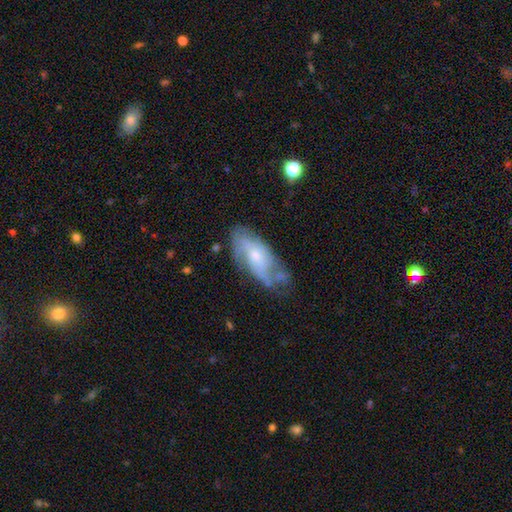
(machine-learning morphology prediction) Smooth or featured? featured or disk (60%)
Edge-on disk? no (87%)
Bar? no (70%)
Spiral arms? yes (74%)
Bulge size? small (56%)
Merging? none (51%)